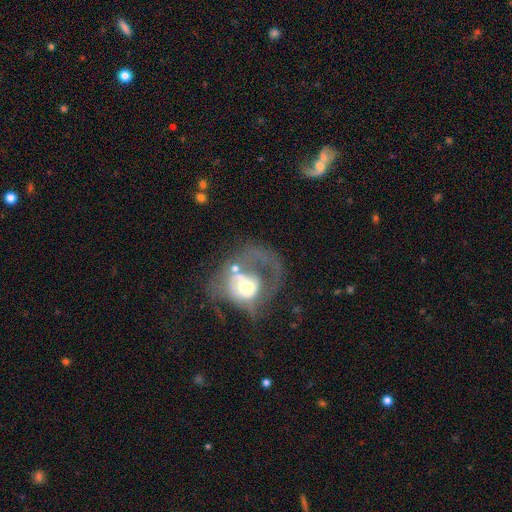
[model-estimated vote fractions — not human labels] smooth-or-featured: featured or disk: 63% | smooth: 26% | star or artifact: 11%
  disk-edge-on: no: 97% | yes: 3%
    bar: no: 78% | weak: 17% | strong: 5%
    has-spiral-arms: yes: 52% | no: 48%
    bulge-size: moderate: 54% | large: 24% | small: 14% | dominant: 4% | none: 4%
  merging: major disturbance: 50% | none: 21% | merger: 17% | minor disturbance: 12%